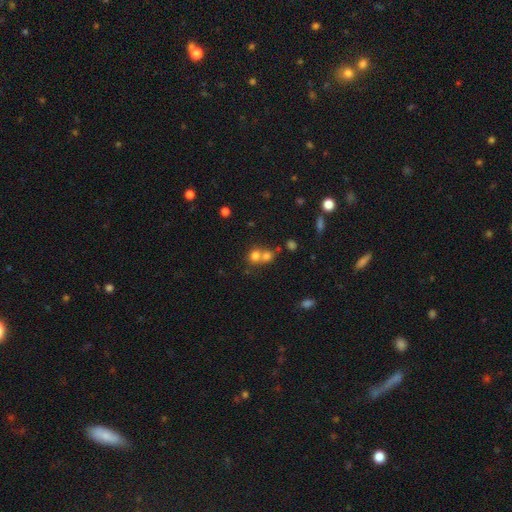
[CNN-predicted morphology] This appears to be a smooth galaxy with no disk features (72%) that is round (78%). Merging: merger (56%).